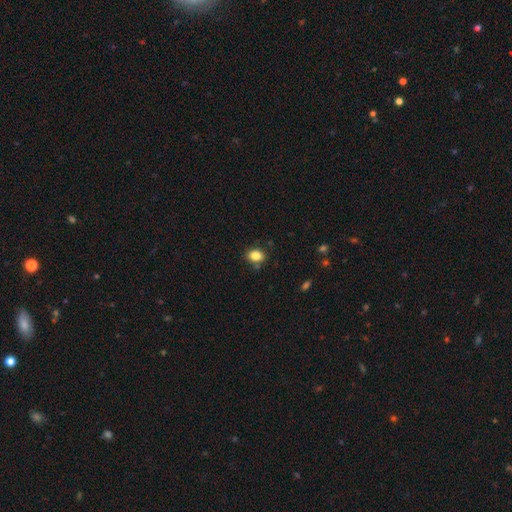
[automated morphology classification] Overall: smooth (84%). How rounded: in between (68%; round 31%). Merging: none (82%).